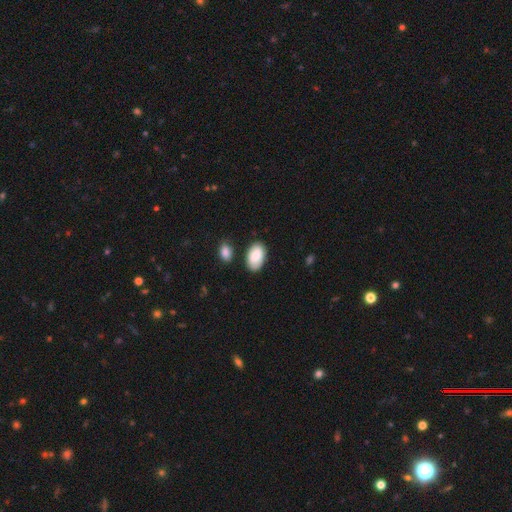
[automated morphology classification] smooth-or-featured: smooth: 84% | featured or disk: 10% | star or artifact: 6%
  how-rounded: in between: 94% | round: 4% | cigar-shaped: 1%
  merging: none: 77% | minor disturbance: 14% | merger: 6% | major disturbance: 3%